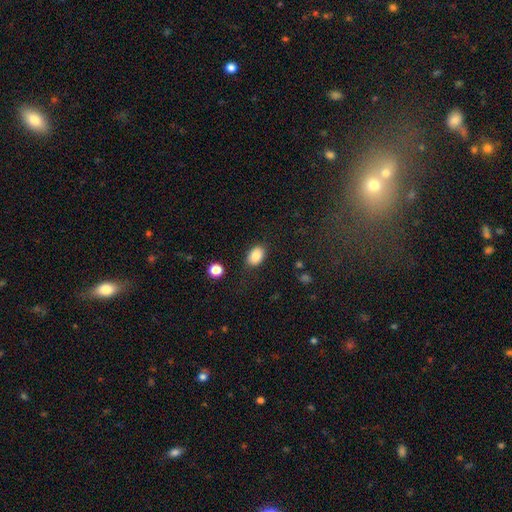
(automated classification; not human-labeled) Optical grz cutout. It shows a smooth galaxy with no disk features (86%) that is in between round and cigar-shaped (81%). Merging: none (82%).